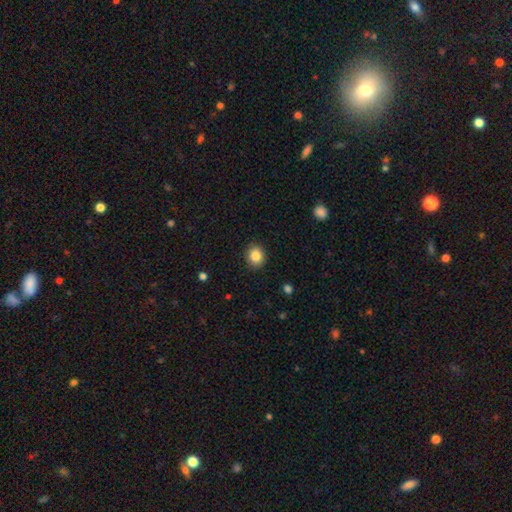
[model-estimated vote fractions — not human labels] smooth-or-featured: smooth: 86% | star or artifact: 9% | featured or disk: 5%
  how-rounded: round: 69% | in between: 30% | cigar-shaped: 1%
  merging: none: 89% | minor disturbance: 8% | major disturbance: 2% | merger: 1%